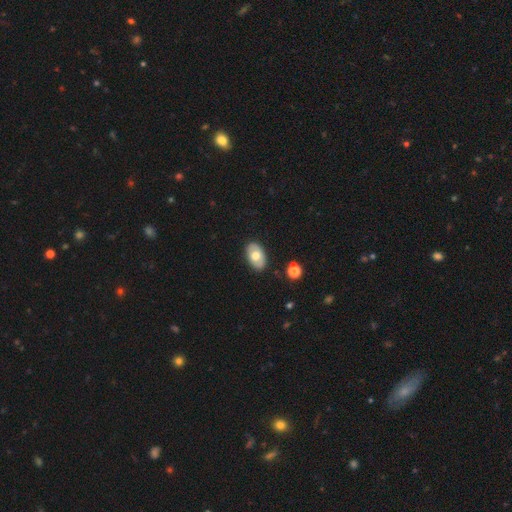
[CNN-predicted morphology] Smooth or featured? smooth (59%)
How rounded? in between (90%)
Merging? none (86%)